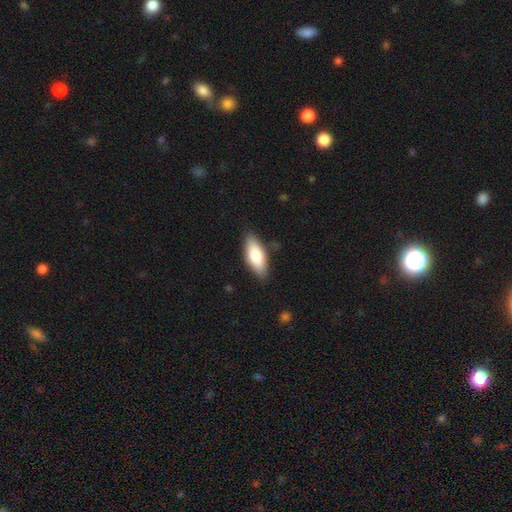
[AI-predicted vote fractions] Q: Smooth or featured?
A: smooth (79%); runner-up: featured or disk (15%)
Q: How rounded?
A: in between (78%); runner-up: cigar-shaped (20%)
Q: Merging?
A: none (83%); runner-up: minor disturbance (13%)